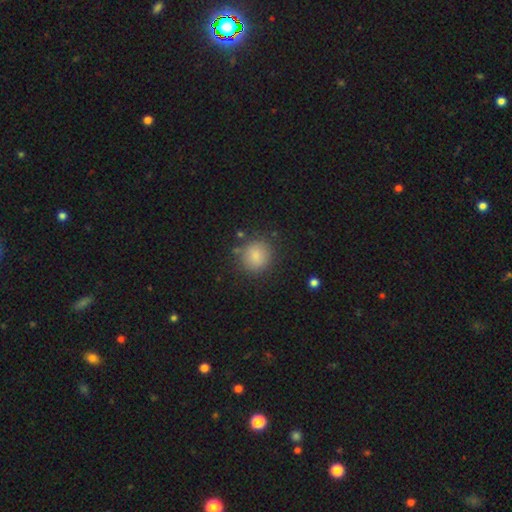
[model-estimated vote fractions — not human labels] This is clearly a smooth galaxy (84%). How rounded: clearly round (88%). Merging: clearly none (81%).